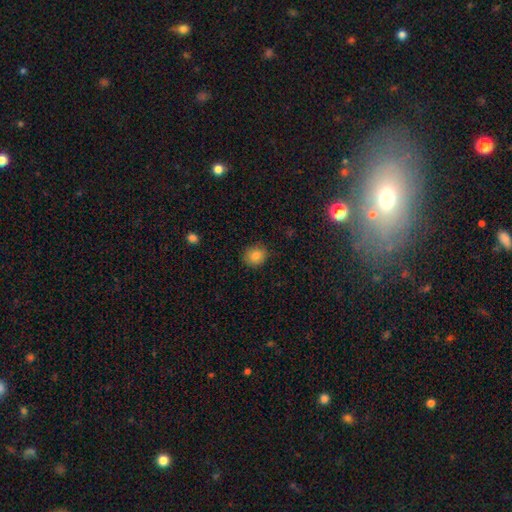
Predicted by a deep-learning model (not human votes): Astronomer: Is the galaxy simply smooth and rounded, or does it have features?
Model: smooth — 81%.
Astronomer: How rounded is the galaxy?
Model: round — 74%.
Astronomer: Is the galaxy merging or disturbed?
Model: none — 85%.